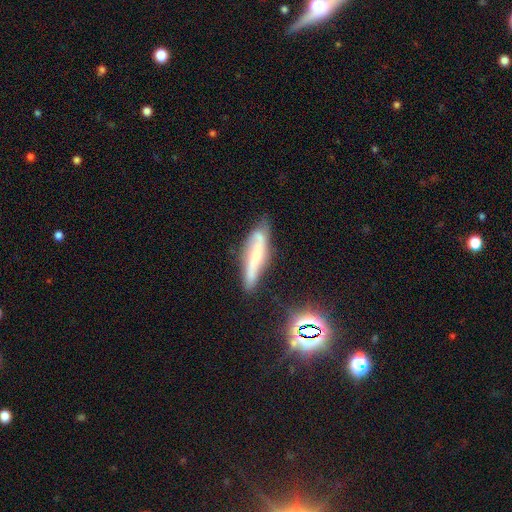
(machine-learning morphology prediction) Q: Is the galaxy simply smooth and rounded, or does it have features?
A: featured or disk — 57%.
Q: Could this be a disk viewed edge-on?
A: yes — 52%.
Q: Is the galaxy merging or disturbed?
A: none — 66%.